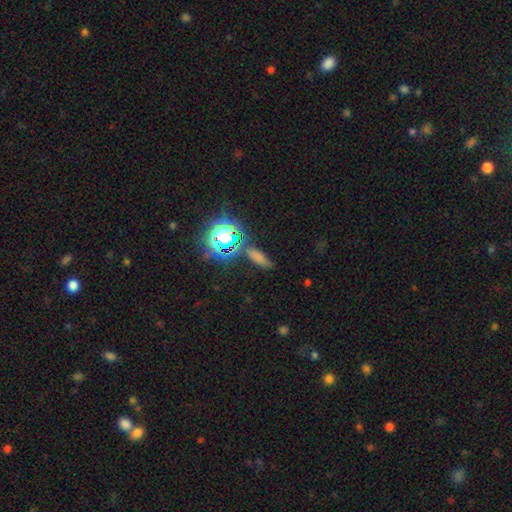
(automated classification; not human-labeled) Smooth or featured: smooth — 57% (star or artifact — 33%)
How rounded: in between — 47% (cigar-shaped — 41%)
Merging: none — 77% (minor disturbance — 13%)